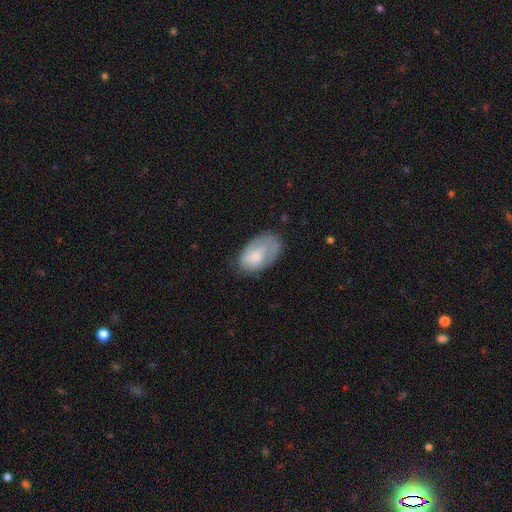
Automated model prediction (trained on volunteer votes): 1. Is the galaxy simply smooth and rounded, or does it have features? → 62% smooth, 31% featured or disk, 7% star or artifact.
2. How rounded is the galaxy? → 92% in between, 6% round, 2% cigar-shaped.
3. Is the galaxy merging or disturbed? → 56% none, 29% minor disturbance, 14% major disturbance, 2% merger.